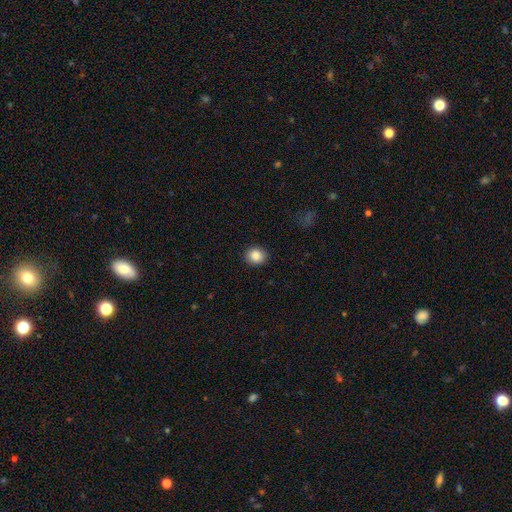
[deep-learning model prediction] Smooth or featured?
  - smooth: 87% *
  - star or artifact: 9%
  - featured or disk: 5%
How rounded?
  - round: 75% *
  - in between: 24%
  - cigar-shaped: 1%
Merging?
  - none: 91% *
  - minor disturbance: 6%
  - major disturbance: 2%
  - merger: 1%